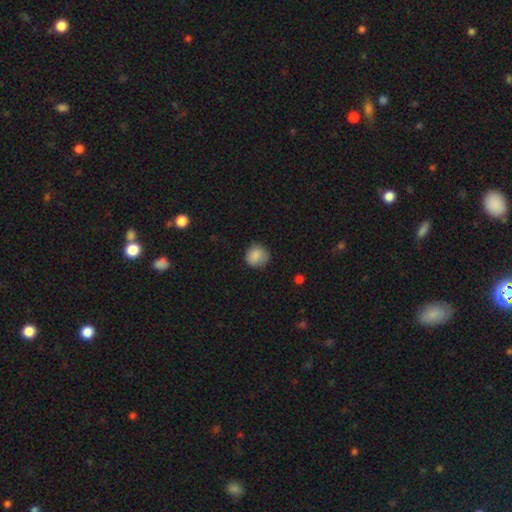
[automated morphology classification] This appears to be a smooth galaxy with no disk features (86%) that is round (87%). Merging: none (78%).